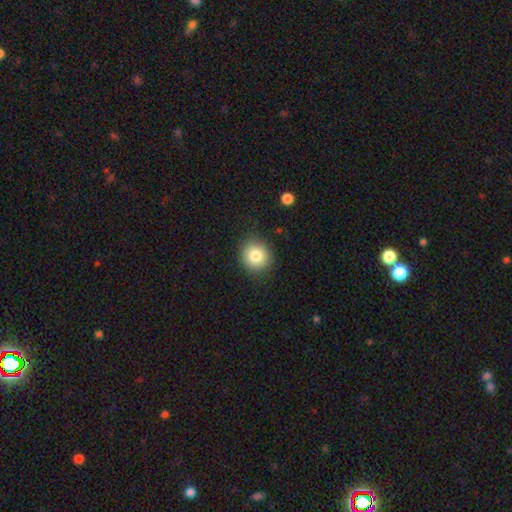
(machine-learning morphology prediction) This appears to be a smooth galaxy with no disk features (81%) that is round (91%). Merging: none (88%).